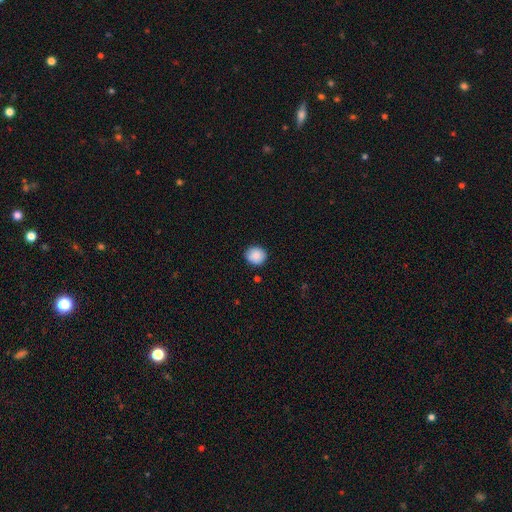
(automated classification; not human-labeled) smooth-or-featured: smooth: 88% | star or artifact: 8% | featured or disk: 4%
  how-rounded: round: 85% | in between: 14% | cigar-shaped: 1%
  merging: none: 87% | minor disturbance: 10% | major disturbance: 2% | merger: 1%